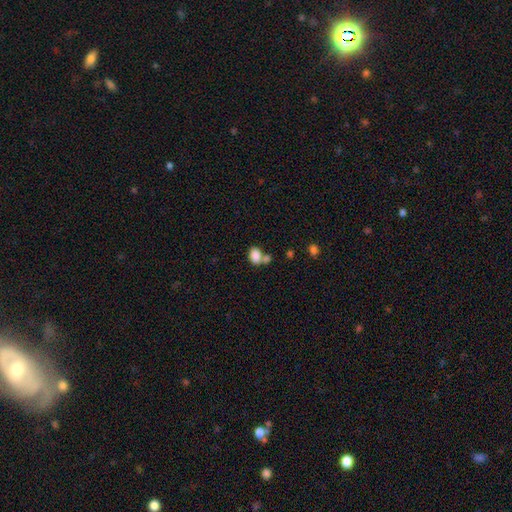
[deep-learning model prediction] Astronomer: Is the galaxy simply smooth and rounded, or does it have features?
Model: smooth — 84%.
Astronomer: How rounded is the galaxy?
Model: in between — 75%.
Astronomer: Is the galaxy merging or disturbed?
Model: none — 42% (runner-up: merger, 41%).